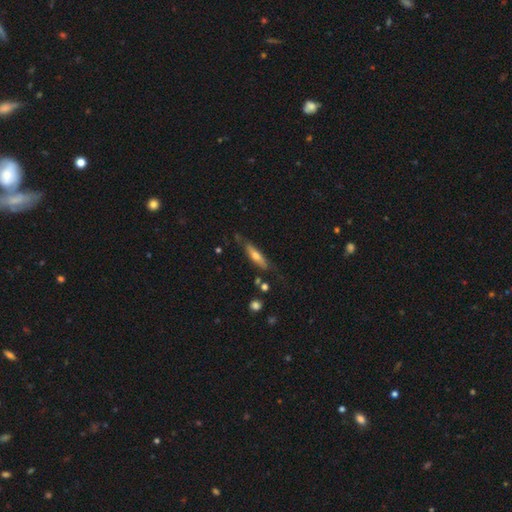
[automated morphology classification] Q: Smooth or featured?
A: smooth (50%); runner-up: featured or disk (43%)
Q: How rounded?
A: cigar-shaped (73%); runner-up: in between (25%)
Q: Merging?
A: none (66%); runner-up: minor disturbance (23%)